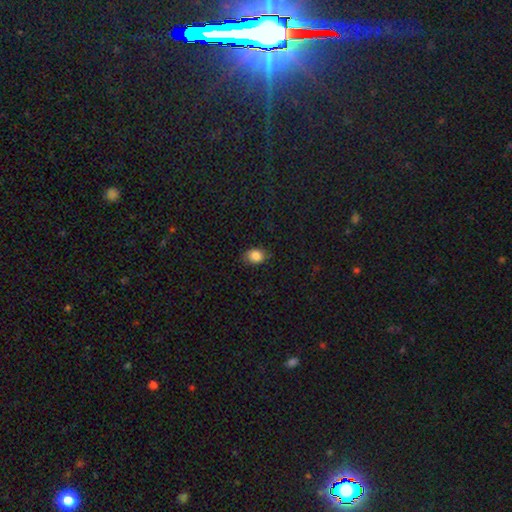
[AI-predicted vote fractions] Q: Smooth or featured?
A: smooth (87%); runner-up: star or artifact (9%)
Q: How rounded?
A: in between (56%); runner-up: round (43%)
Q: Merging?
A: none (76%); runner-up: minor disturbance (18%)